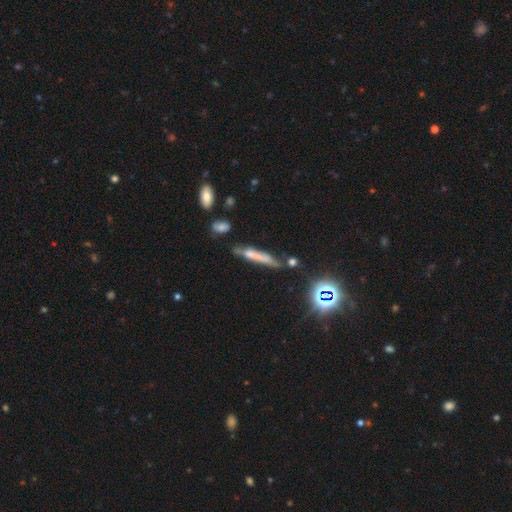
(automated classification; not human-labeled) This is possibly a smooth galaxy (50%). Merging: possibly none (51%).